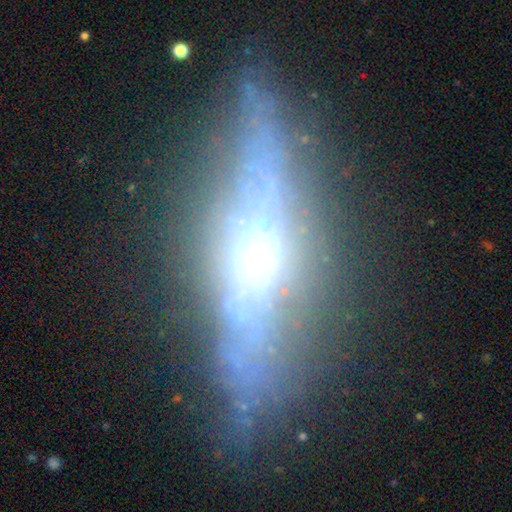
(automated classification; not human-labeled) Overall: featured or disk (65%). Edge-on disk: yes (57%; no 43%). Merging: none (63%).